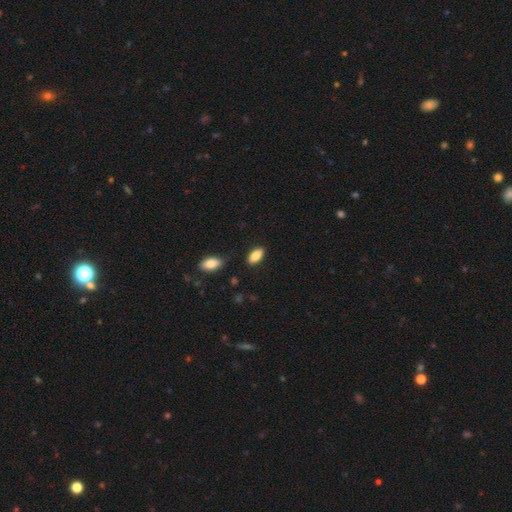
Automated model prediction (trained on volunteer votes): Morphology: type=smooth (85%); roundness=in between (89%); merging=none (85%).